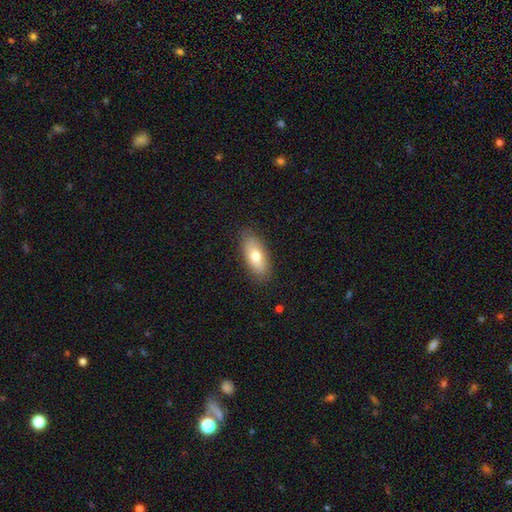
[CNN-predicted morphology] Smooth or featured? smooth (73%)
How rounded? in between (80%)
Merging? none (86%)